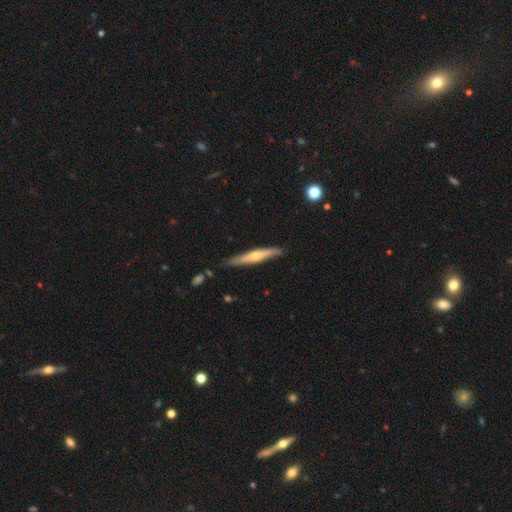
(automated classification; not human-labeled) Morphology: type=featured or disk (58%); edge-on=yes (94%); edge-on bulge=rounded (83%); merging=none (80%).